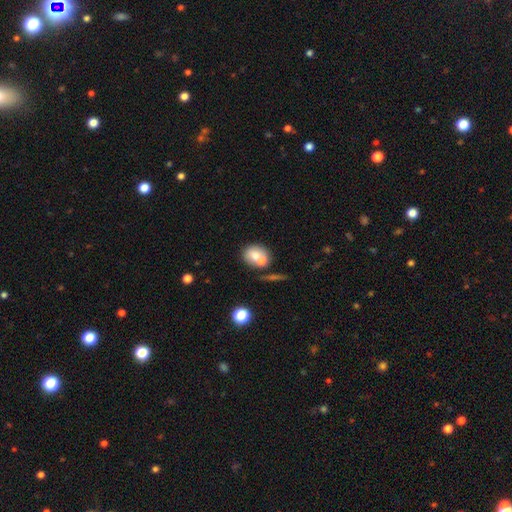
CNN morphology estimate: Smooth or featured? Predicted: smooth (p=0.69). How rounded? Predicted: round (p=0.63). Merging? Predicted: none (p=0.43).